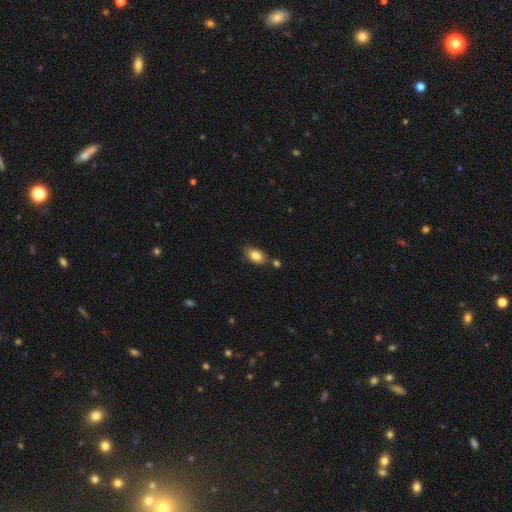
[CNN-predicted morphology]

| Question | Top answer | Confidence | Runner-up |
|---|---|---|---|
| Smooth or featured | smooth | 83% | featured or disk (9%) |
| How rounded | in between | 88% | round (10%) |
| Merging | none | 69% | minor disturbance (16%) |